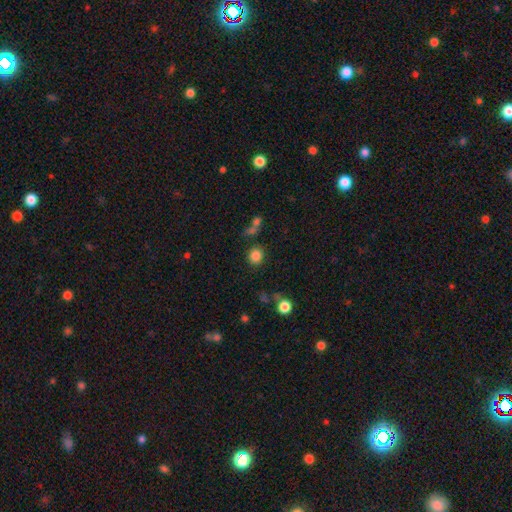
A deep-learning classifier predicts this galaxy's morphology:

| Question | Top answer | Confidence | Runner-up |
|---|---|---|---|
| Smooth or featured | smooth | 83% | star or artifact (12%) |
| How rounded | round | 87% | in between (12%) |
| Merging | none | 82% | minor disturbance (8%) |